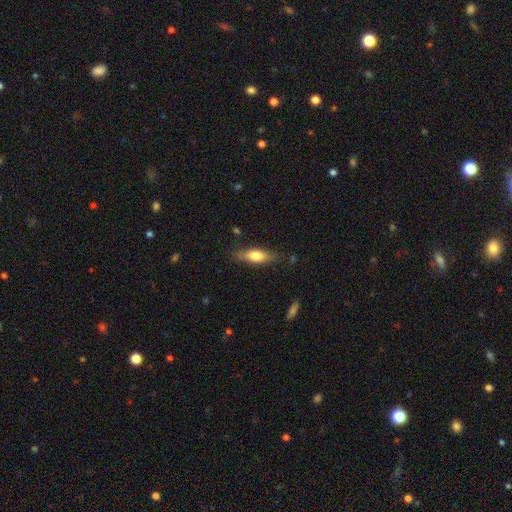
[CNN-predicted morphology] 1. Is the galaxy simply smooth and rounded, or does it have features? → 66% smooth, 28% featured or disk, 6% star or artifact.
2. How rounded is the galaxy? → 54% in between, 44% cigar-shaped, 2% round.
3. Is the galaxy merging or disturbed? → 77% none, 17% minor disturbance, 4% major disturbance, 2% merger.